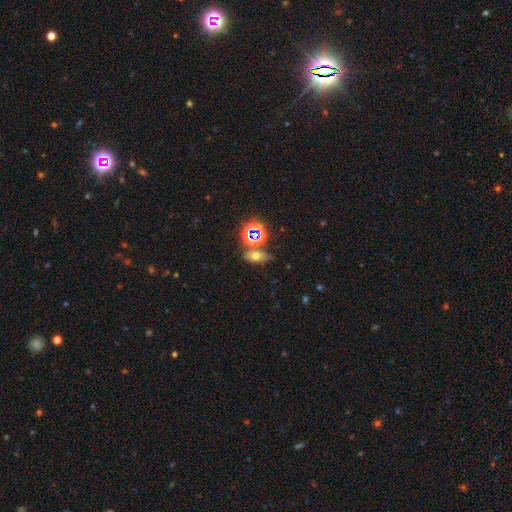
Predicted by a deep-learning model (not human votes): smooth_or_featured: smooth (p=0.55) [alt: star or artifact p=0.28]
how_rounded: in between (p=0.73) [alt: round p=0.19]
merging: none (p=0.67) [alt: minor disturbance p=0.14]